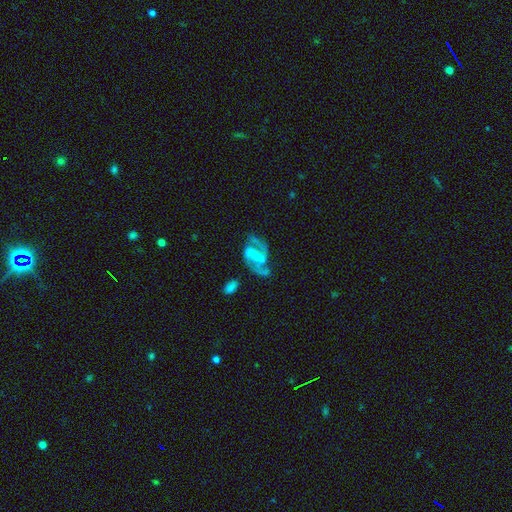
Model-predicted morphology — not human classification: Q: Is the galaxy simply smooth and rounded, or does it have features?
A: featured or disk — 89%.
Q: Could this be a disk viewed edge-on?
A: no — 97%.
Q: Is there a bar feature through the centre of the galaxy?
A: strong — 46%.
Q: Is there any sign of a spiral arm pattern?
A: yes — 96%.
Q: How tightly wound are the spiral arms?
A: medium — 57%.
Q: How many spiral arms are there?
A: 2 — 91%.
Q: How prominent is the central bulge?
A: small — 62%.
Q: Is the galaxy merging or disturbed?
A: none — 63%.